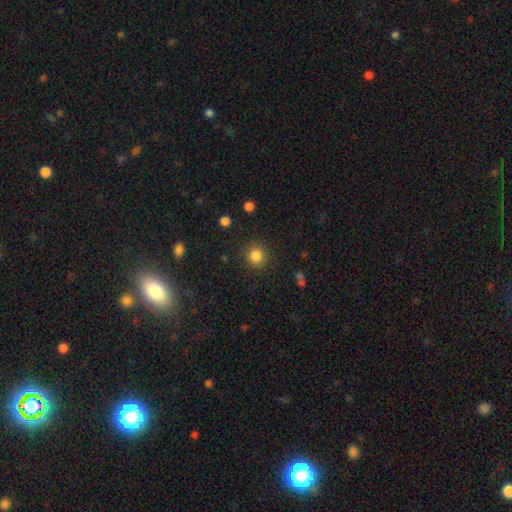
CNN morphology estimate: This is clearly a smooth galaxy (84%). How rounded: clearly round (92%). Merging: clearly none (88%).